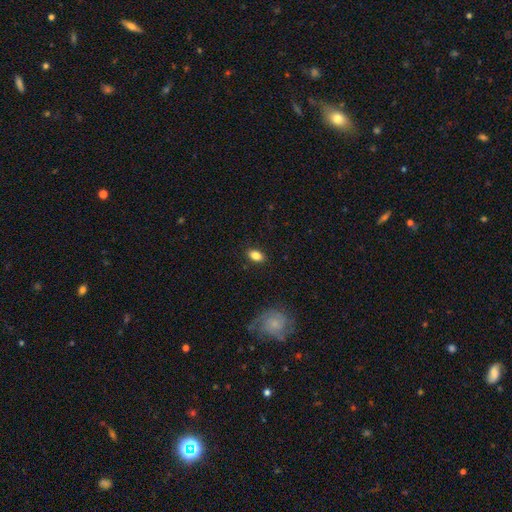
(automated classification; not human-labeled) Smooth or featured? Predicted: smooth (p=0.82). How rounded? Predicted: in between (p=0.88). Merging? Predicted: none (p=0.87).